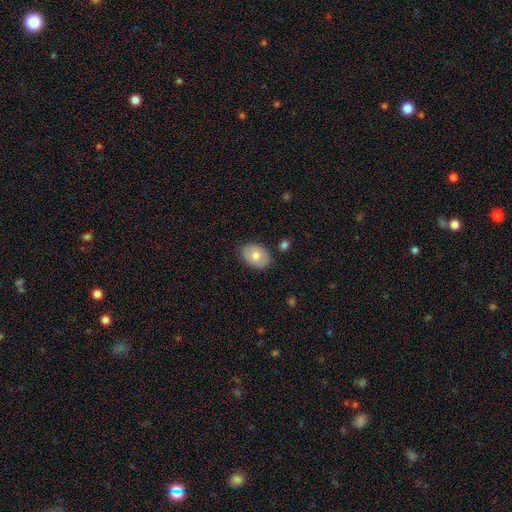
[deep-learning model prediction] Smooth or featured: smooth — 74% (featured or disk — 19%)
How rounded: in between — 81% (round — 18%)
Merging: none — 83% (minor disturbance — 12%)